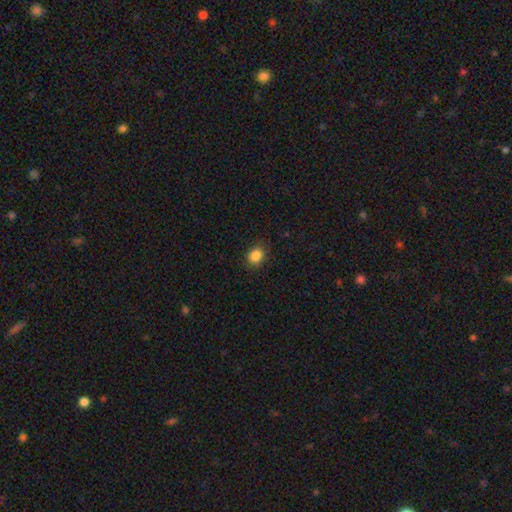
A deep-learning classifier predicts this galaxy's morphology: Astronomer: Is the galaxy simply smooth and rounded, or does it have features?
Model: smooth — 86%.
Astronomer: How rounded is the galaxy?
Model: round — 59% (runner-up: in between, 40%).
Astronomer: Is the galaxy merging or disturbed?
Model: none — 83%.